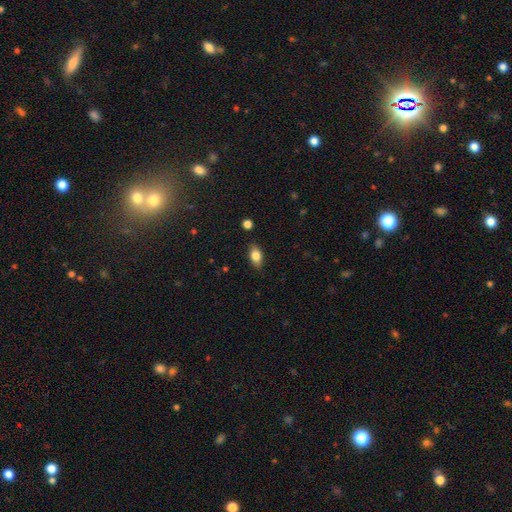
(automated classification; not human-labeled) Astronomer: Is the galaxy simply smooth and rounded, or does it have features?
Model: smooth — 81%.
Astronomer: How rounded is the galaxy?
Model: in between — 86%.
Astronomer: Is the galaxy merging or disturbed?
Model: none — 85%.